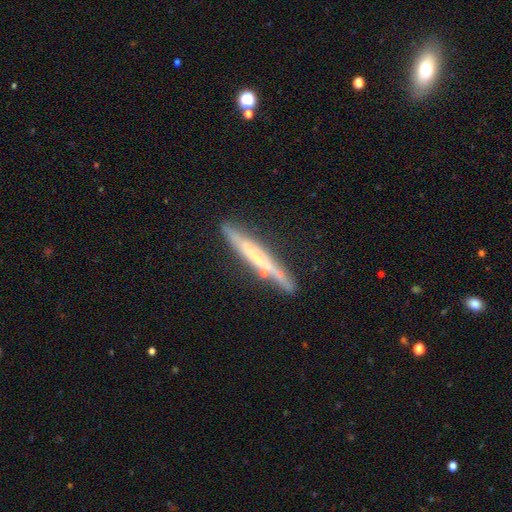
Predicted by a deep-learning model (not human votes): A featured or disk galaxy (60%) viewed edge-on (91%) with no central bulge (69%).

Vote fractions:
- Smooth or featured? featured or disk: 60% / smooth: 33% / star or artifact: 7%
- Edge-on disk? yes: 91% / no: 9%
- Edge-on bulge? none: 69% / rounded: 20% / boxy: 11%
- Merging? none: 77% / minor disturbance: 14% / merger: 6% / major disturbance: 3%